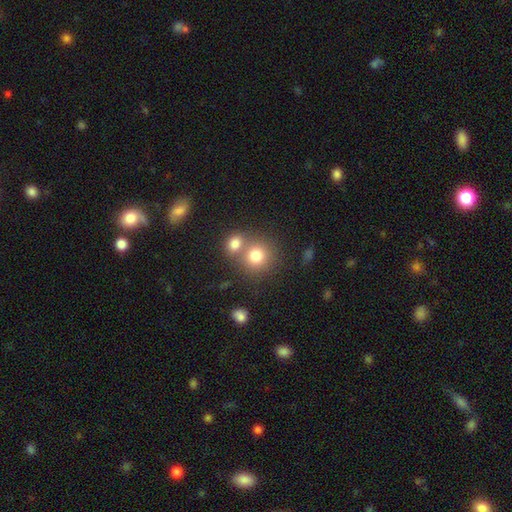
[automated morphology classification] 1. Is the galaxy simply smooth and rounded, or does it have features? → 78% smooth, 11% star or artifact, 10% featured or disk.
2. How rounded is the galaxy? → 86% round, 13% in between, 1% cigar-shaped.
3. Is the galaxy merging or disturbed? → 49% none, 40% merger, 8% minor disturbance, 3% major disturbance.